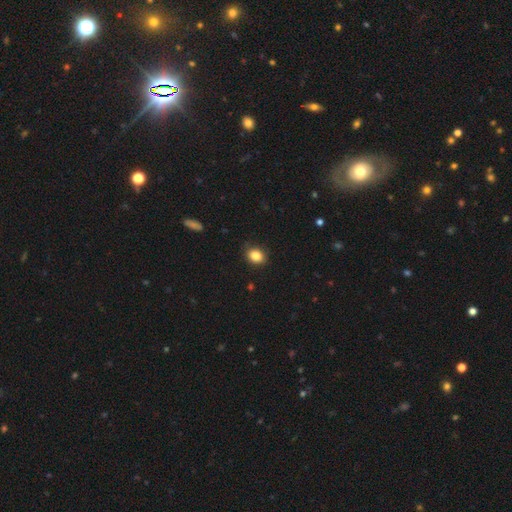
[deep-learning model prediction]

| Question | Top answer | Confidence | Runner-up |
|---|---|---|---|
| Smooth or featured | smooth | 85% | star or artifact (10%) |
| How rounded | in between | 53% | round (46%) |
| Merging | none | 84% | minor disturbance (13%) |